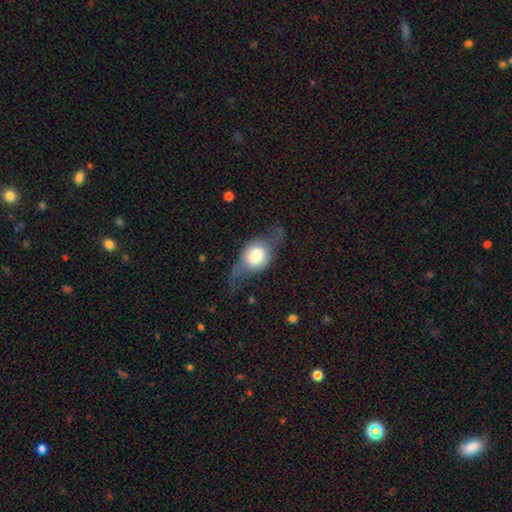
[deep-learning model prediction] Smooth or featured?
  - featured or disk: 47% *
  - smooth: 46%
  - star or artifact: 7%
Merging?
  - none: 52% *
  - minor disturbance: 24%
  - major disturbance: 23%
  - merger: 2%